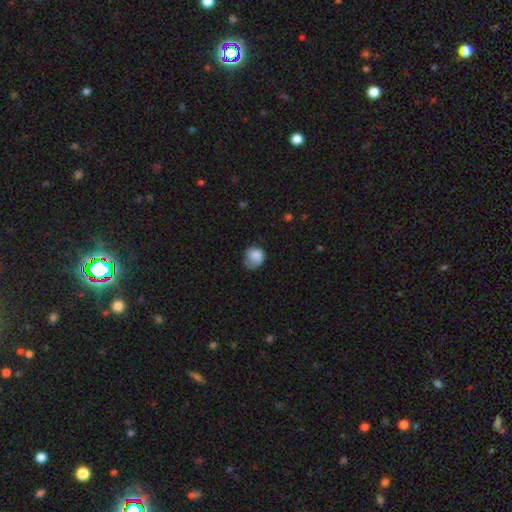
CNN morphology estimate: The model was most divided on "merging": none: 43%, minor disturbance: 38%, major disturbance: 17%, merger: 2%. More confident: smooth or featured — smooth (82%); how rounded — round (71%).